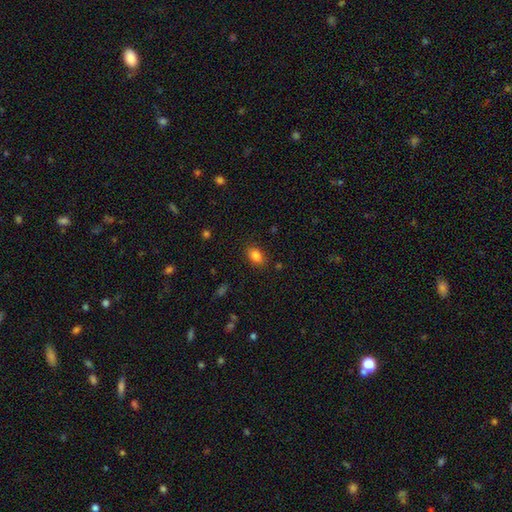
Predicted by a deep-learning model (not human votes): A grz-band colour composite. It shows a smooth galaxy with no disk features (85%) that is in between round and cigar-shaped (84%). Merging: none (86%).